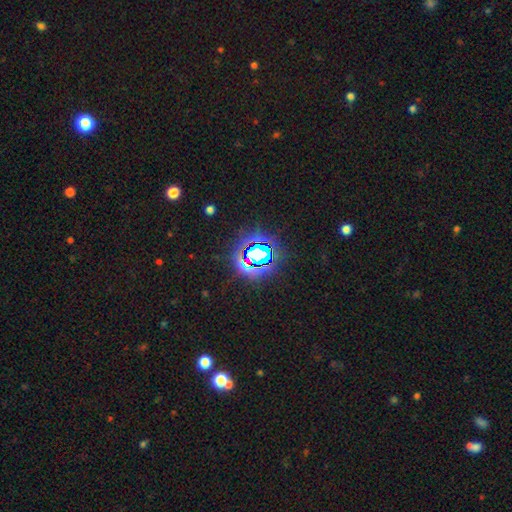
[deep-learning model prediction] smooth_or_featured: star or artifact (p=0.73) [alt: smooth p=0.16]